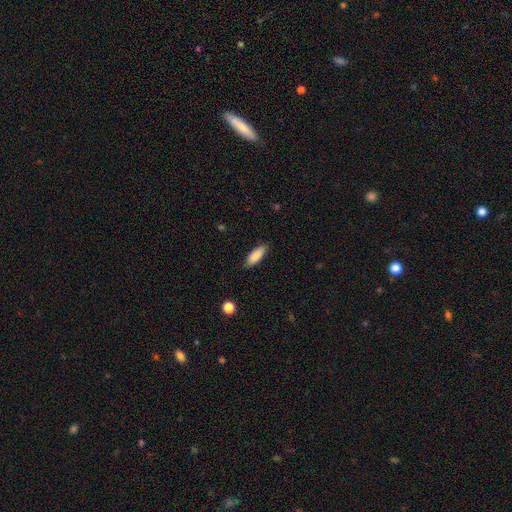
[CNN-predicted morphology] Smooth or featured? smooth (87%)
How rounded? in between (63%)
Merging? none (84%)